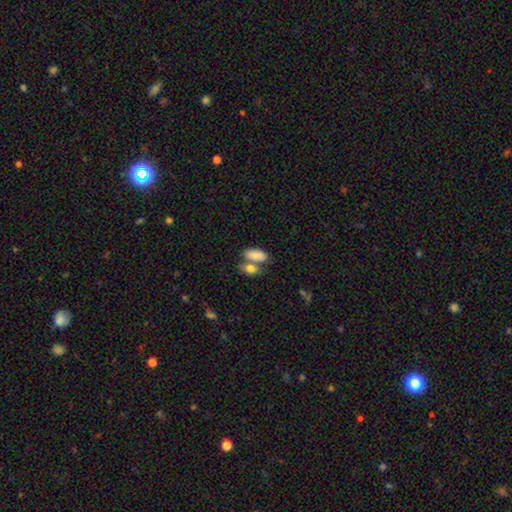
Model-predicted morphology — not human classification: The model was most divided on "merging" (2-way tie): none: 42%, merger: 42%, minor disturbance: 11%, major disturbance: 4%. More confident: how rounded — in between (90%); smooth or featured — smooth (86%).